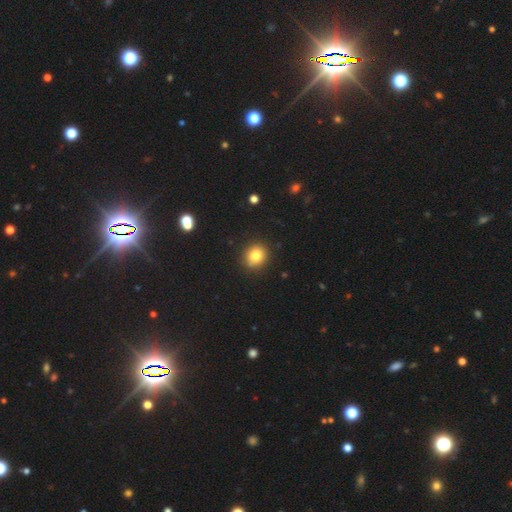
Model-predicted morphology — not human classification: type=smooth (81%); roundness=round (83%); merging=none (87%).